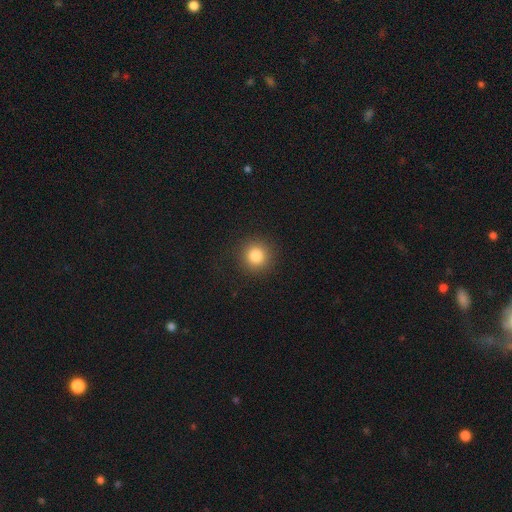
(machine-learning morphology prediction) Smooth or featured? smooth (83%)
How rounded? round (94%)
Merging? none (91%)